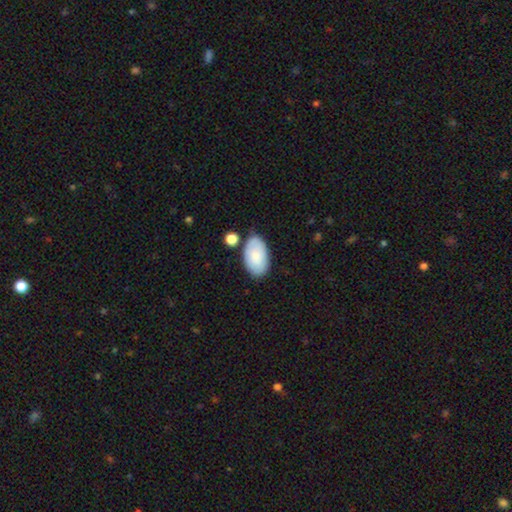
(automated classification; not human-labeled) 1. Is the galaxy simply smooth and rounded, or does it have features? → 80% smooth, 14% featured or disk, 6% star or artifact.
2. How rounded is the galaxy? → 95% in between, 4% round, 1% cigar-shaped.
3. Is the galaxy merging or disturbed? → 70% none, 18% minor disturbance, 8% merger, 4% major disturbance.